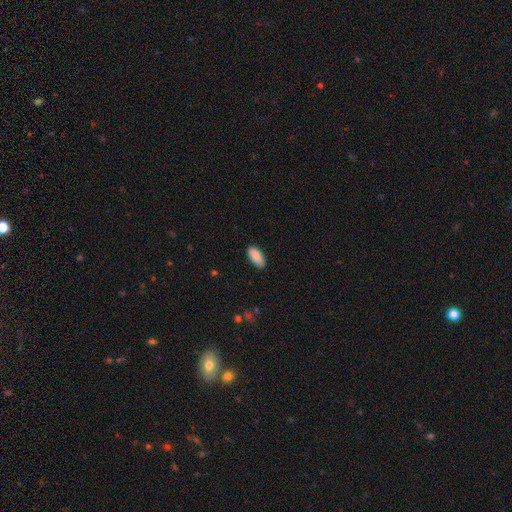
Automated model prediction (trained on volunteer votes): Overall: smooth (89%). How rounded: in between (90%). Merging: none (85%).